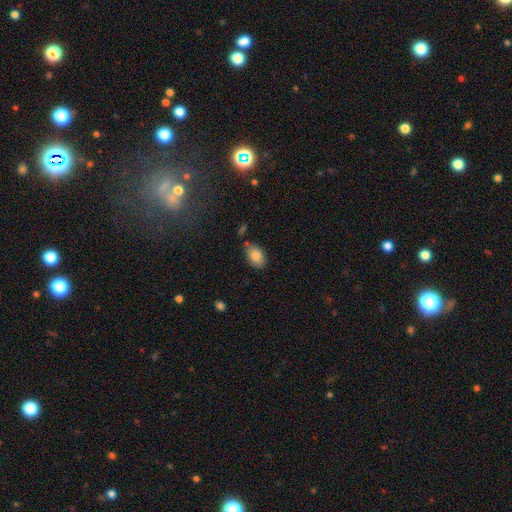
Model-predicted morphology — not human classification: smooth 84%, featured or disk 9%, star or artifact 8%. Down the decision tree: how rounded — in between (85%); merging — none (71%).